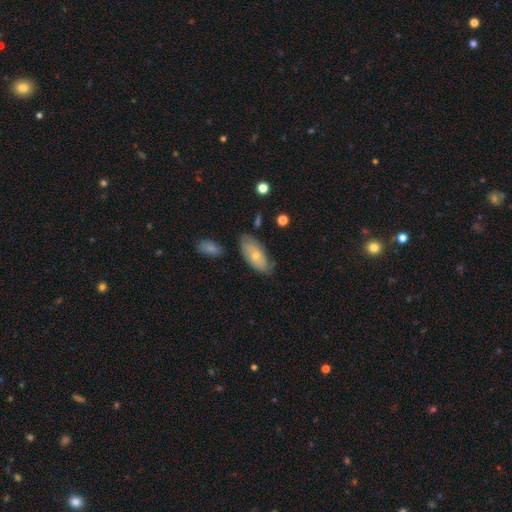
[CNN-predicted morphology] smooth_or_featured: smooth (p=0.59) [alt: featured or disk p=0.35]
how_rounded: in between (p=0.91) [alt: cigar-shaped p=0.05]
merging: none (p=0.65) [alt: minor disturbance p=0.26]